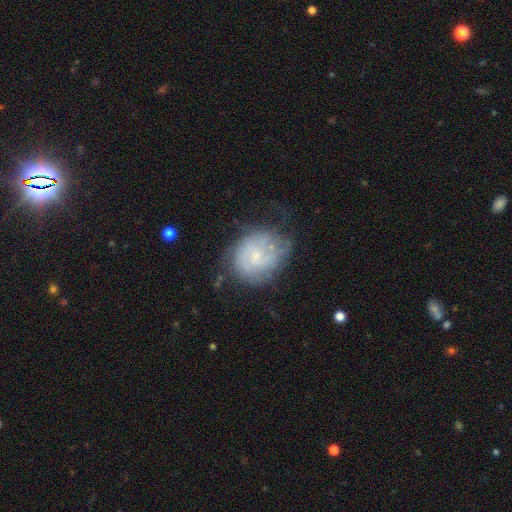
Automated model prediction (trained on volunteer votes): A featured or disk galaxy (55%) with no bar (72%), spiral arms (72%) and a small central bulge (65%).

Vote fractions:
- Smooth or featured? featured or disk: 55% / smooth: 36% / star or artifact: 8%
- Edge-on disk? no: 98% / yes: 2%
- Bar? no: 72% / weak: 25% / strong: 3%
- Spiral arms? yes: 72% / no: 28%
- Bulge size? small: 65% / moderate: 24% / none: 8% / large: 2% / dominant: 1%
- Merging? none: 55% / minor disturbance: 27% / major disturbance: 15% / merger: 3%